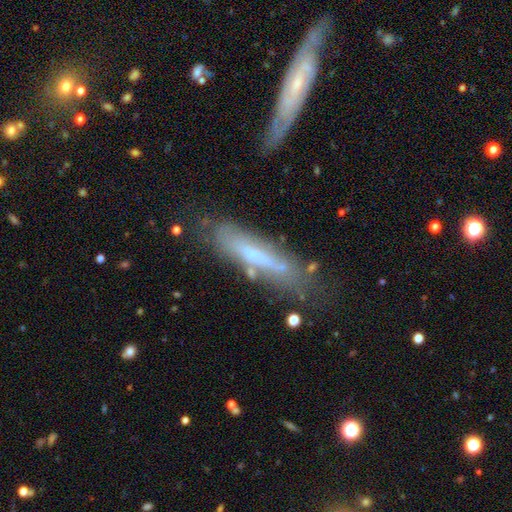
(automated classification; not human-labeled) A featured or disk galaxy (46%). Merging: none (62%).